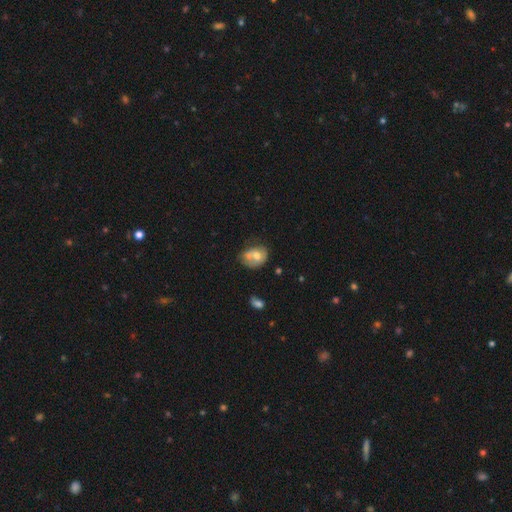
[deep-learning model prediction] A smooth galaxy with no disk features (56%) that is in between round and cigar-shaped (55%).

Vote fractions:
- Smooth or featured? smooth: 56% / featured or disk: 35% / star or artifact: 9%
- How rounded? in between: 55% / round: 44% / cigar-shaped: 1%
- Merging? merger: 40% / none: 29% / minor disturbance: 20% / major disturbance: 11%